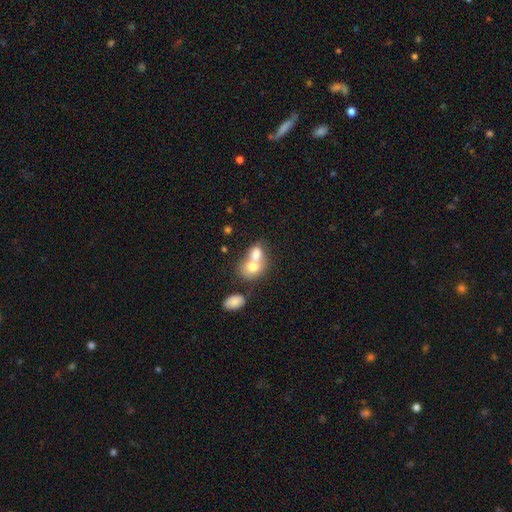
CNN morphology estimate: Smooth or featured? smooth (70%)
How rounded? round (50%)
Merging? merger (73%)